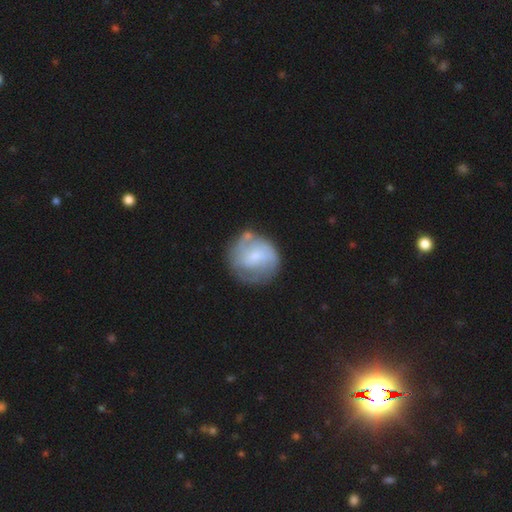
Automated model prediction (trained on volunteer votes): featured or disk 60%, smooth 33%, star or artifact 6%. Down the decision tree: edge-on disk — no (98%); bar — no (47%); spiral arms — yes (77%); bulge size — small (53%); merging — none (63%).